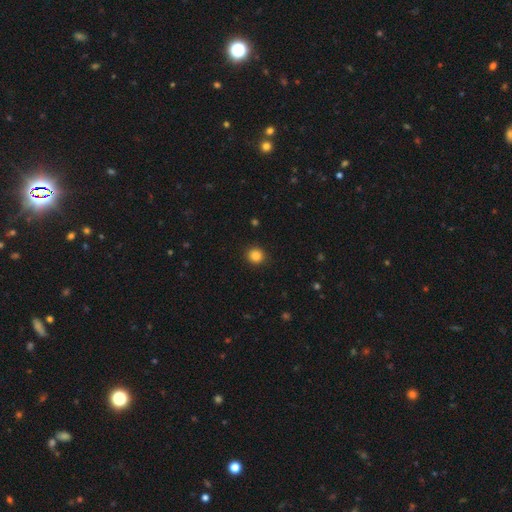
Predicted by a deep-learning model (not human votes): Smooth or featured? Predicted: smooth (p=0.85). How rounded? Predicted: round (p=0.91). Merging? Predicted: none (p=0.92).